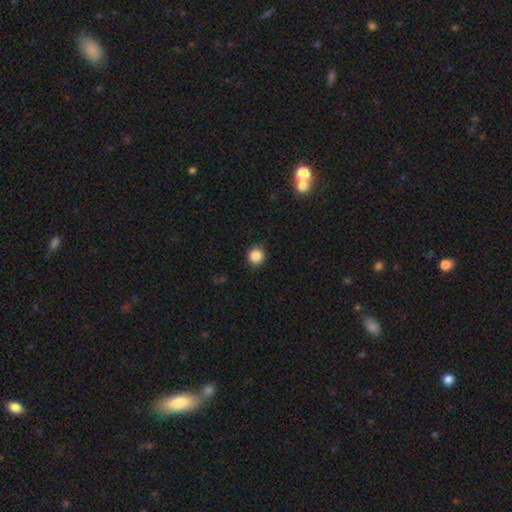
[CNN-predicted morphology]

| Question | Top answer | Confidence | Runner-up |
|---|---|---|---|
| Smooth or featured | smooth | 86% | star or artifact (11%) |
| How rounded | round | 95% | in between (4%) |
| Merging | none | 90% | minor disturbance (7%) |